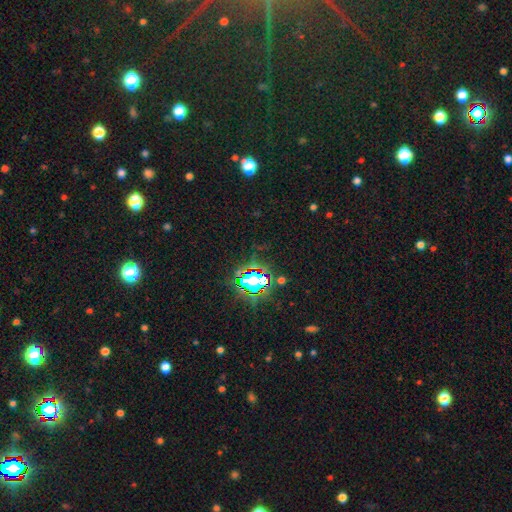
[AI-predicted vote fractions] smooth_or_featured: star or artifact (p=0.82) [alt: smooth p=0.12]